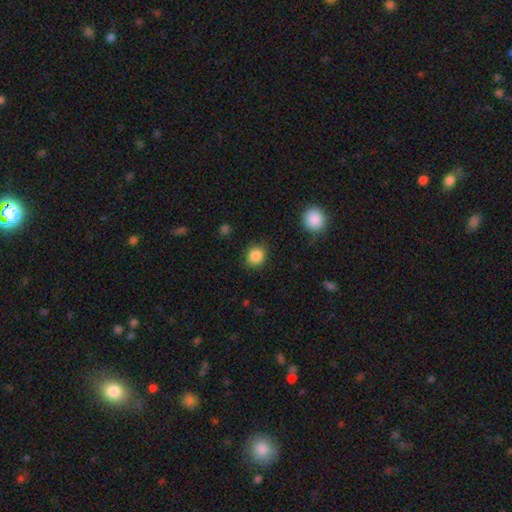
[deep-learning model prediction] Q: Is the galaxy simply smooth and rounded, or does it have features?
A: smooth — 87%.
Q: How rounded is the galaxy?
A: round — 75%.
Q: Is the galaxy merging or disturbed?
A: none — 86%.